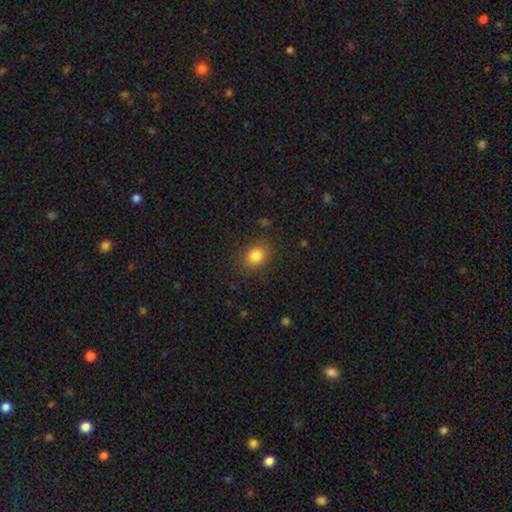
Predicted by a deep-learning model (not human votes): smooth_or_featured: smooth (p=0.83) [alt: star or artifact p=0.10]
how_rounded: in between (p=0.51) [alt: round p=0.48]
merging: none (p=0.83) [alt: minor disturbance p=0.12]